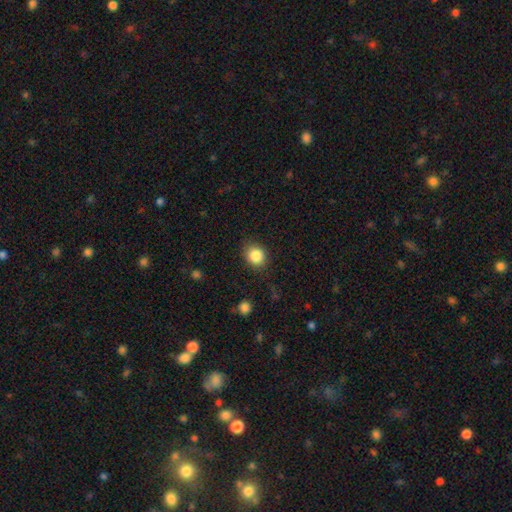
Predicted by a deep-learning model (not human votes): This is clearly a smooth galaxy (86%). How rounded: likely round (72%). Merging: clearly none (85%).